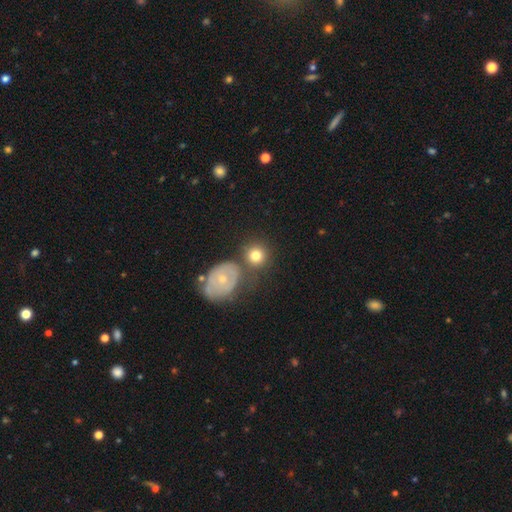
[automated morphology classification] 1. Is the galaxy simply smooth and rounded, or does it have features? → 75% smooth, 16% featured or disk, 9% star or artifact.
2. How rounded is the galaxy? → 86% round, 13% in between, 1% cigar-shaped.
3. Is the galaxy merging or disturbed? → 65% none, 18% merger, 12% minor disturbance, 5% major disturbance.